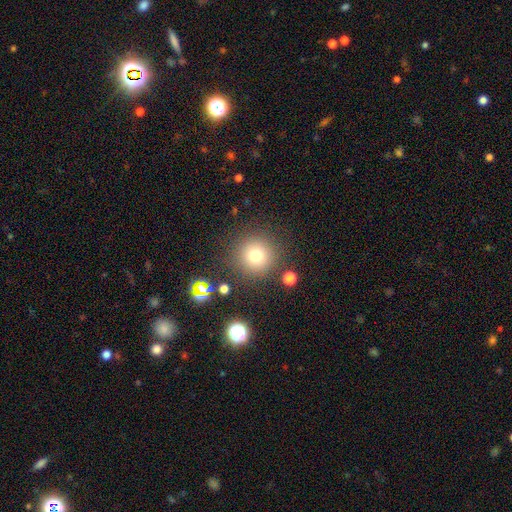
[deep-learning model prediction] This appears to be a smooth galaxy with no disk features (76%) that is round (95%). Merging: none (86%).